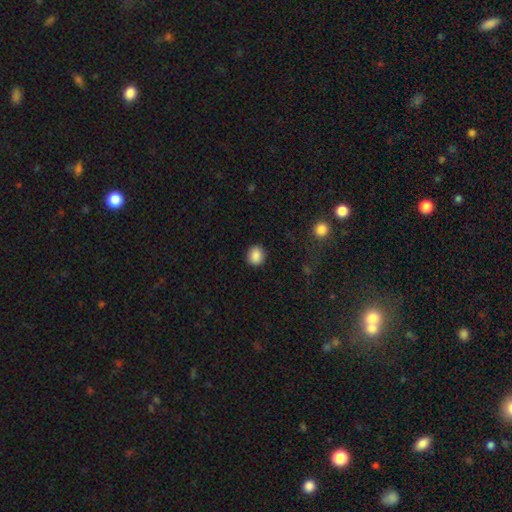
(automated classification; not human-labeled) smooth_or_featured: smooth (p=0.88) [alt: star or artifact p=0.09]
how_rounded: round (p=0.78) [alt: in between p=0.21]
merging: none (p=0.90) [alt: minor disturbance p=0.06]